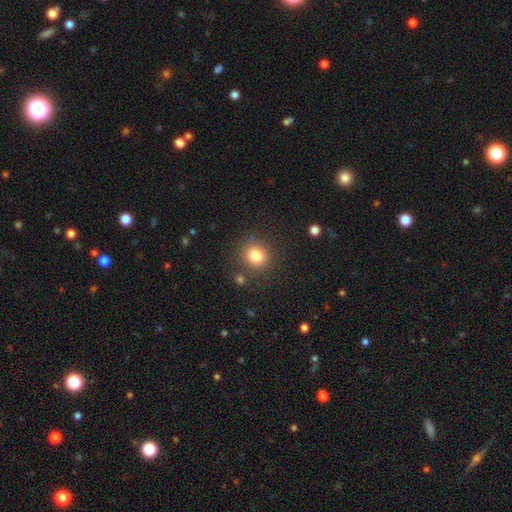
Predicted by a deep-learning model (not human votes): The model was most divided on "smooth or featured": smooth: 82%, star or artifact: 12%, featured or disk: 6%. More confident: how rounded — round (88%); merging — none (84%).